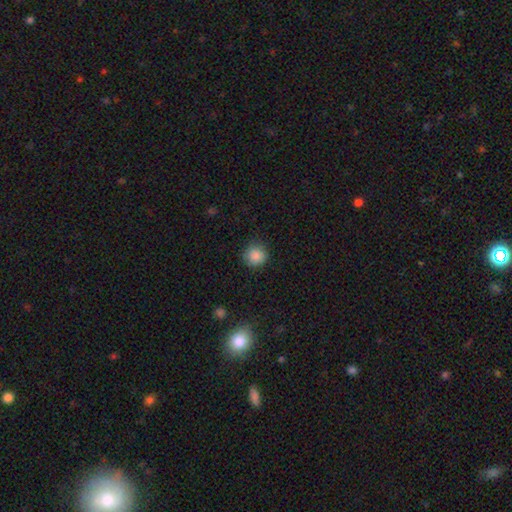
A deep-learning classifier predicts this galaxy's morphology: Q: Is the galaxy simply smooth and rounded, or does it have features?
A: smooth — 86%.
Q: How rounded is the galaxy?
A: round — 93%.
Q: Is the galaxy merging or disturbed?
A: none — 88%.